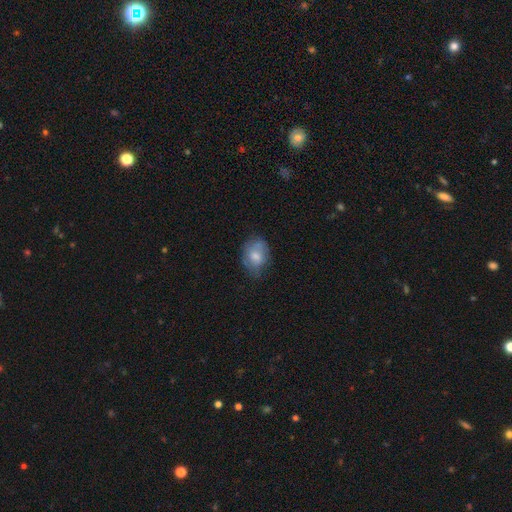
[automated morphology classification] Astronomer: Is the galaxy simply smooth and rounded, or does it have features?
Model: smooth — 65%.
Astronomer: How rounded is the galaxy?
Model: in between — 64%.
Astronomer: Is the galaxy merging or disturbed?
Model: none — 55% (runner-up: minor disturbance, 31%).